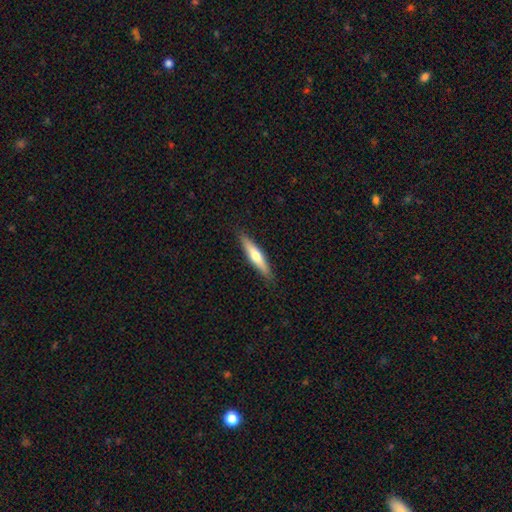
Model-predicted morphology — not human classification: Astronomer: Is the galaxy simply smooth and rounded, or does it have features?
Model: smooth — 53% (runner-up: featured or disk, 41%).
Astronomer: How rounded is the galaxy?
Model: cigar-shaped — 85%.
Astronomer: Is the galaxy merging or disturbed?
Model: none — 89%.